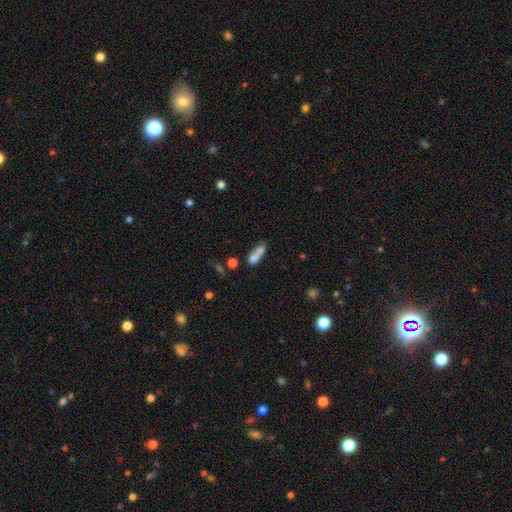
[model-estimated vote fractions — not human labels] Overall: smooth (68%). How rounded: in between (60%; cigar-shaped 23%). Merging: merger (61%; none 23%).